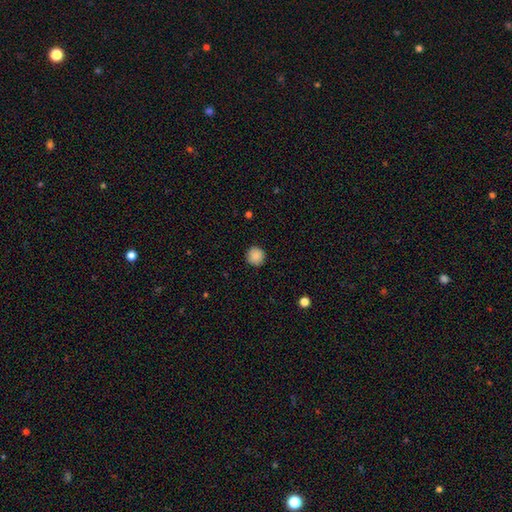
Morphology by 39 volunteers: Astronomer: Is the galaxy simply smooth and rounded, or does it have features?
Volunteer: smooth — 90%.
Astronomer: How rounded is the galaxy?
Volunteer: round — 97%.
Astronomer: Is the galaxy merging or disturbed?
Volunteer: none — 83%.